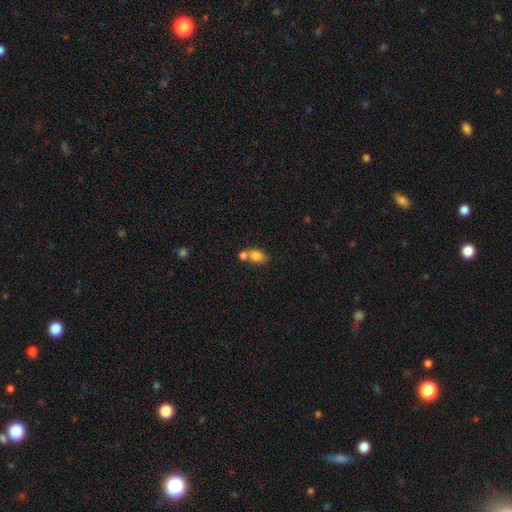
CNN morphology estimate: The model was most divided on "merging": merger: 43%, none: 42%, minor disturbance: 11%, major disturbance: 4%. More confident: smooth or featured — smooth (81%); how rounded — in between (78%).